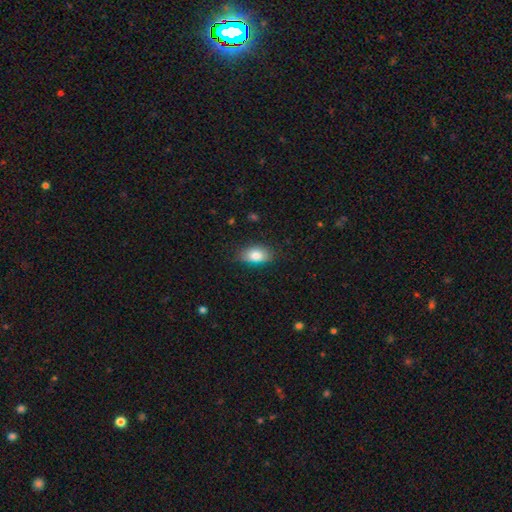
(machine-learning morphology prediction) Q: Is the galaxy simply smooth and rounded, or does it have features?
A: smooth — 81%.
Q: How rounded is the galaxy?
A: in between — 88%.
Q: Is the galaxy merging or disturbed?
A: none — 78%.